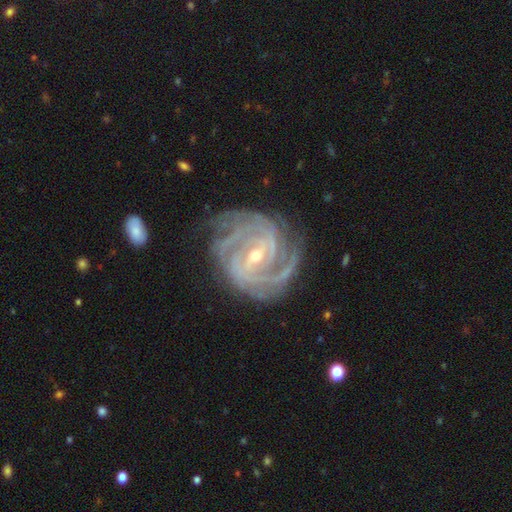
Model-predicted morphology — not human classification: Smooth or featured?
  - featured or disk: 93% *
  - star or artifact: 4%
  - smooth: 3%
Edge-on disk?
  - no: 98% *
  - yes: 2%
Bar?
  - weak: 47% *
  - strong: 38%
  - no: 16%
Spiral arms?
  - yes: 99% *
  - no: 1%
Spiral winding?
  - tight: 75% *
  - medium: 22%
  - loose: 3%
Spiral arm count?
  - 4: 31% *
  - 3: 24%
  - can't tell: 15%
  - 2: 14%
  - more than 4: 10%
  - 1: 7%
Bulge size?
  - small: 61% *
  - moderate: 36%
  - large: 1%
  - none: 1%
  - dominant: 1%
Merging?
  - none: 74% *
  - minor disturbance: 18%
  - major disturbance: 7%
  - merger: 2%